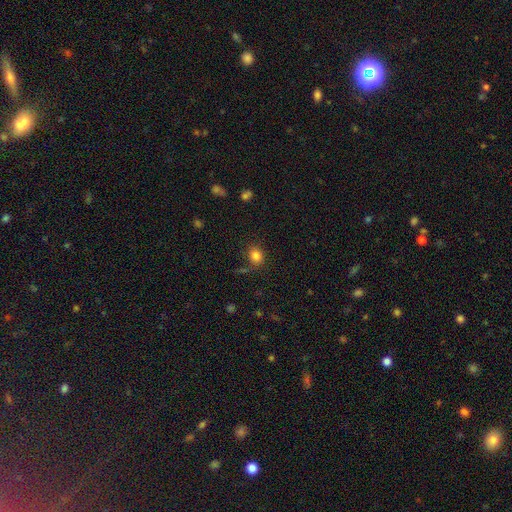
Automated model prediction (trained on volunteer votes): Smooth or featured? Predicted: smooth (p=0.82). How rounded? Predicted: round (p=0.63). Merging? Predicted: none (p=0.75).